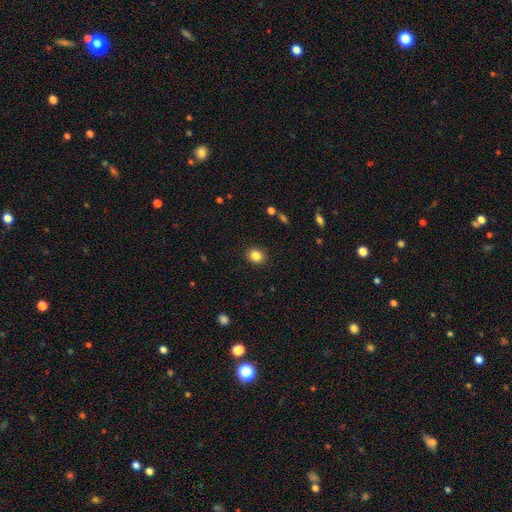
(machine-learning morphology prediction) A smooth galaxy with no disk features (85%) that is round (58%). Merging: none (90%).